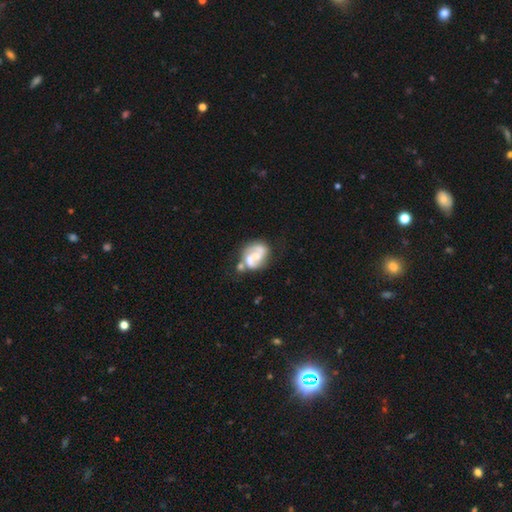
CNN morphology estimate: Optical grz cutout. It shows a featured or disk galaxy (75%) with no bar (52%), 2 (81%) medium (47%) spiral arms (84%) and a moderate central bulge (47%). Merging: none (42%).